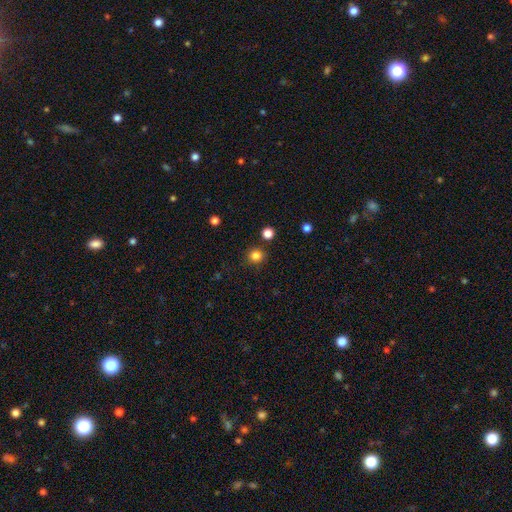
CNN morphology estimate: Q: Smooth or featured?
A: smooth (83%); runner-up: star or artifact (13%)
Q: How rounded?
A: round (91%); runner-up: in between (8%)
Q: Merging?
A: none (87%); runner-up: minor disturbance (7%)